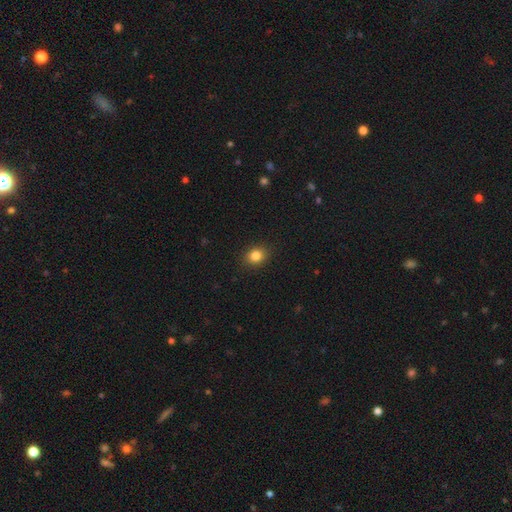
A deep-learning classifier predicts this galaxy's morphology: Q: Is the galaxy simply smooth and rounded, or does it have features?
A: smooth — 84%.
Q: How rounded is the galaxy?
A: round — 59%.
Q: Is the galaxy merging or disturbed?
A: none — 89%.